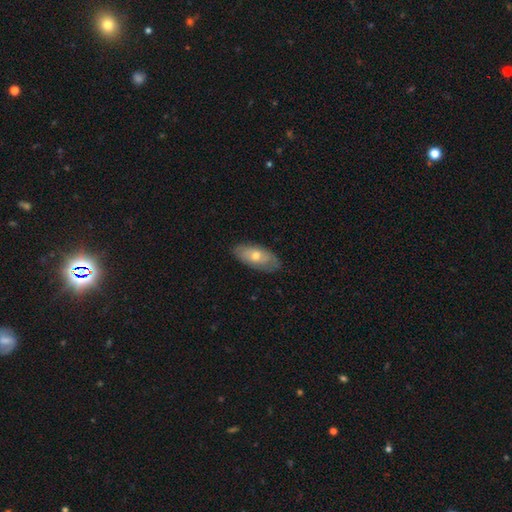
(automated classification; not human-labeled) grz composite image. It shows a smooth galaxy with no disk features (55%) that is in between round and cigar-shaped (88%). Merging: none (81%).